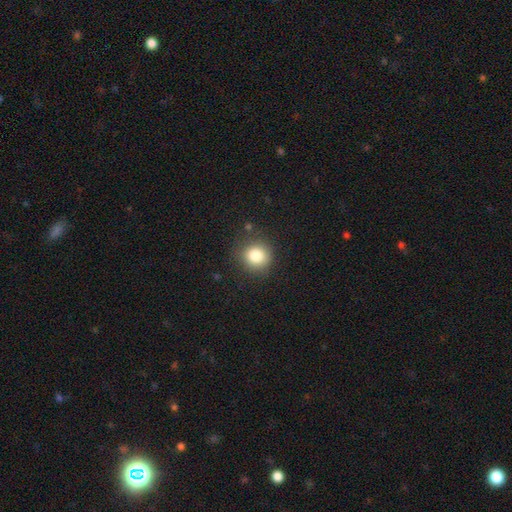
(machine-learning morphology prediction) Q: Smooth or featured?
A: smooth (83%); runner-up: star or artifact (11%)
Q: How rounded?
A: round (90%); runner-up: in between (9%)
Q: Merging?
A: none (85%); runner-up: minor disturbance (10%)